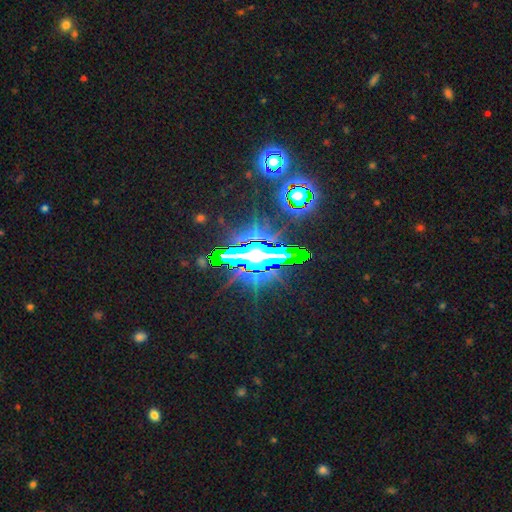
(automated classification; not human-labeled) Smooth or featured?
  - star or artifact: 73% *
  - featured or disk: 14%
  - smooth: 14%